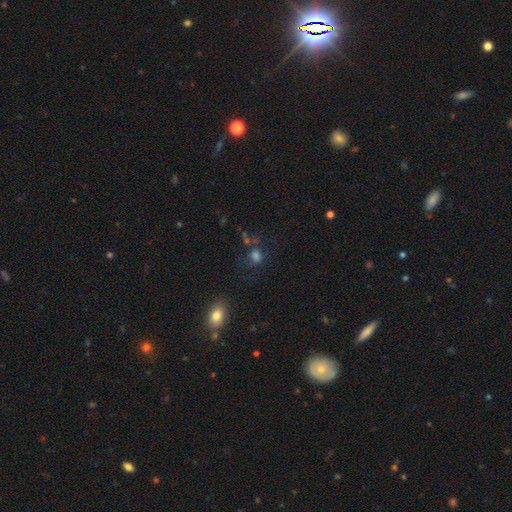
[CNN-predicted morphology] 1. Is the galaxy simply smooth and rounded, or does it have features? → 60% smooth, 27% star or artifact, 13% featured or disk.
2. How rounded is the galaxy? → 61% round, 38% in between, 2% cigar-shaped.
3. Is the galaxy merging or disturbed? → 55% none, 17% minor disturbance, 15% major disturbance, 13% merger.